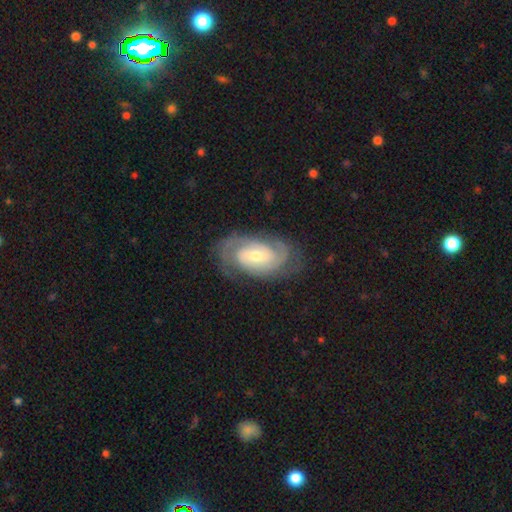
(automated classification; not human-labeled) Smooth or featured? Predicted: featured or disk (p=0.87). Edge-on disk? Predicted: no (p=0.97). Bar? Predicted: no (p=0.43). Spiral arms? Predicted: yes (p=0.97). Spiral winding? Predicted: tight (p=0.64). Spiral arm count? Predicted: 2 (p=0.50). Bulge size? Predicted: moderate (p=0.50). Merging? Predicted: none (p=0.77).